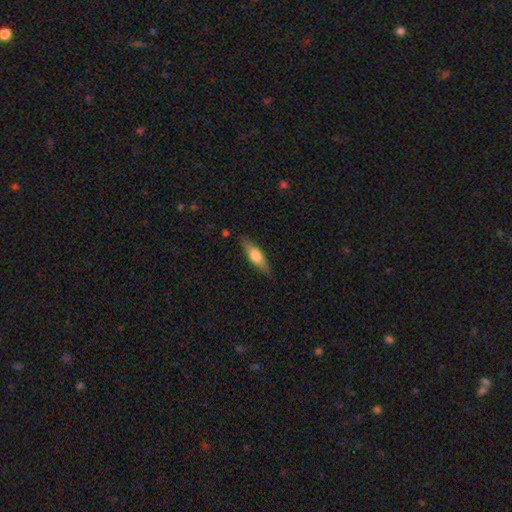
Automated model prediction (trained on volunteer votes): Smooth or featured?
  - smooth: 60% *
  - featured or disk: 34%
  - star or artifact: 6%
How rounded?
  - cigar-shaped: 53% *
  - in between: 45%
  - round: 2%
Merging?
  - none: 82% *
  - minor disturbance: 13%
  - major disturbance: 3%
  - merger: 2%